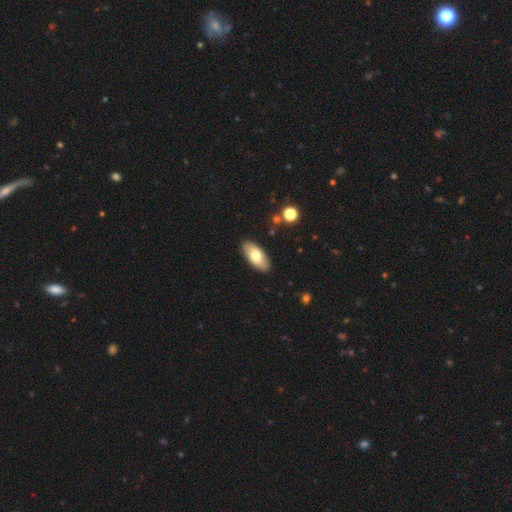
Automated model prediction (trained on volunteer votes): smooth 71%, featured or disk 23%, star or artifact 6%. Down the decision tree: how rounded — in between (91%); merging — none (89%).